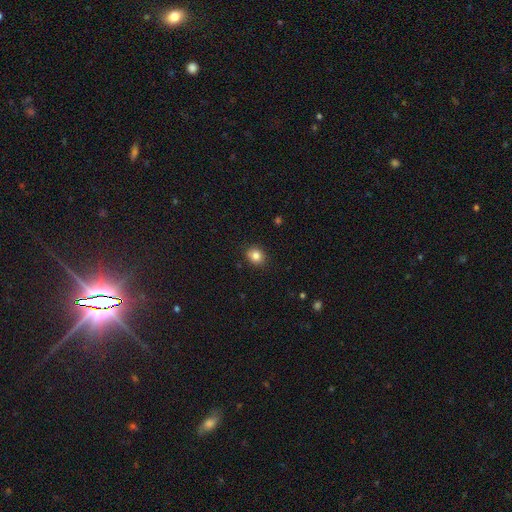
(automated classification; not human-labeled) Smooth or featured: smooth — 84% (star or artifact — 10%)
How rounded: round — 73% (in between — 26%)
Merging: none — 89% (minor disturbance — 8%)